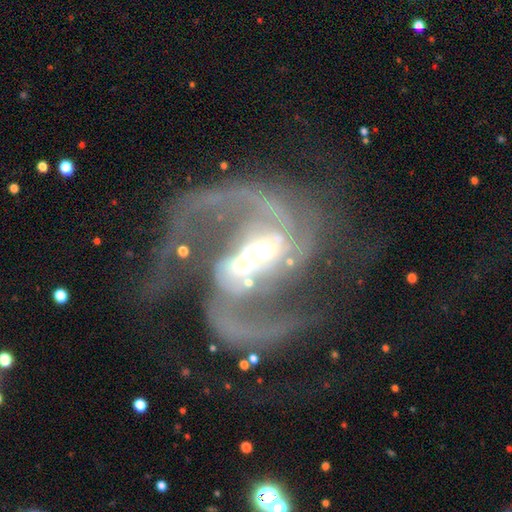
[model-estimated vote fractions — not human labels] Smooth or featured? Predicted: featured or disk (p=0.90). Edge-on disk? Predicted: no (p=0.98). Bar? Predicted: no (p=0.39). Spiral arms? Predicted: yes (p=0.96). Spiral winding? Predicted: medium (p=0.48). Spiral arm count? Predicted: 2 (p=0.74). Bulge size? Predicted: moderate (p=0.51). Merging? Predicted: merger (p=0.37).